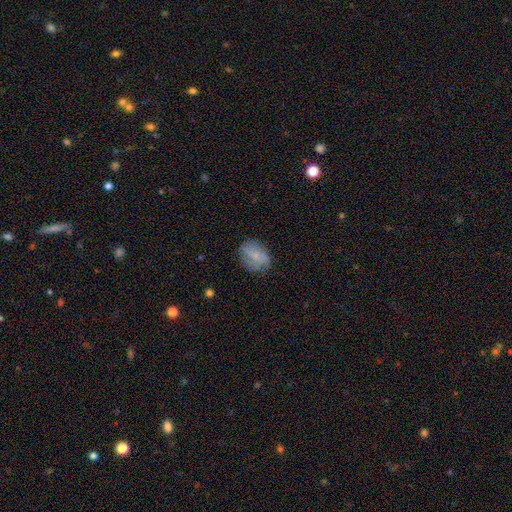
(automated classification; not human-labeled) A smooth galaxy with no disk features (71%) that is in between round and cigar-shaped (69%).

Vote fractions:
- Smooth or featured? smooth: 71% / featured or disk: 20% / star or artifact: 9%
- How rounded? in between: 69% / round: 29% / cigar-shaped: 1%
- Merging? none: 70% / minor disturbance: 22% / major disturbance: 7% / merger: 1%